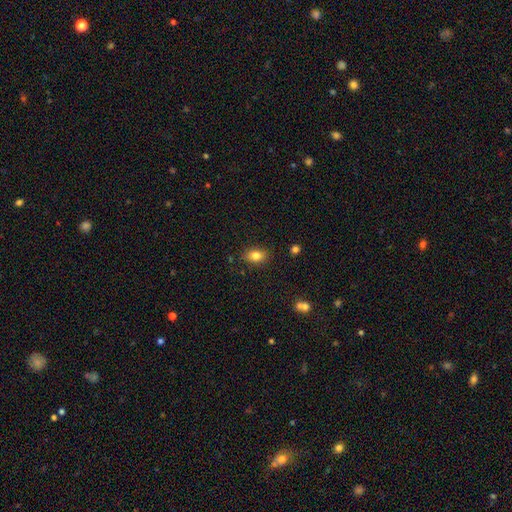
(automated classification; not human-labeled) A smooth galaxy with no disk features (82%) that is in between round and cigar-shaped (82%).

Vote fractions:
- Smooth or featured? smooth: 82% / star or artifact: 9% / featured or disk: 9%
- How rounded? in between: 82% / round: 16% / cigar-shaped: 2%
- Merging? none: 84% / minor disturbance: 11% / major disturbance: 3% / merger: 2%